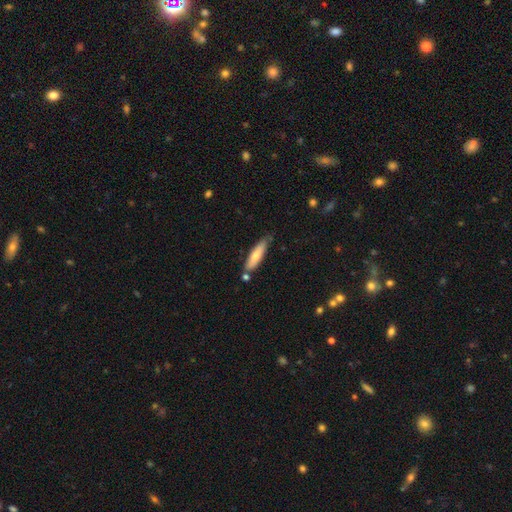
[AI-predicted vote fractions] A smooth galaxy with no disk features (70%) that is cigar-shaped (73%). Merging: none (71%).